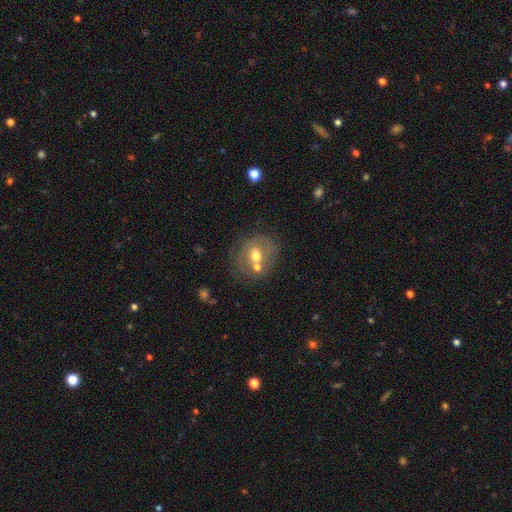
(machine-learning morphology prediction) A smooth galaxy with no disk features (51%) that is round (73%). Merging: none (56%).